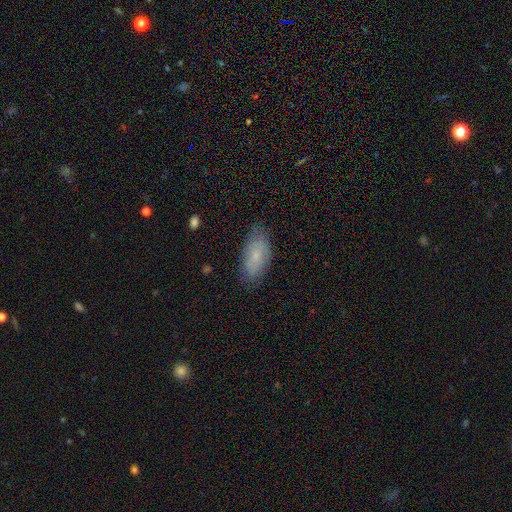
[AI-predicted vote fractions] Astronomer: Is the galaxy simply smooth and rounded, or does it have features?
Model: smooth — 74%.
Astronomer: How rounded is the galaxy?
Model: in between — 89%.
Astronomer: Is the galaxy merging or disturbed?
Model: none — 74%.